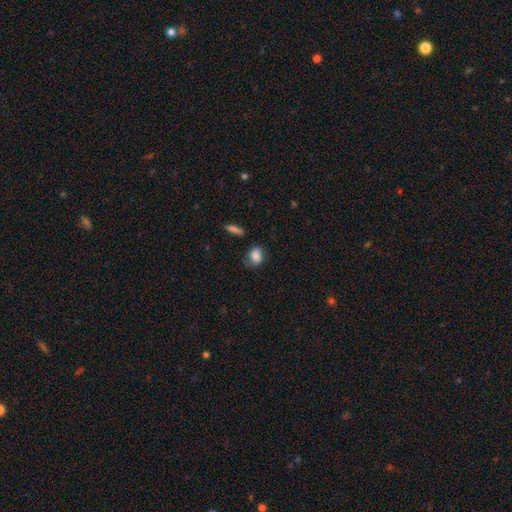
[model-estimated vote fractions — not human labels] smooth 82%, featured or disk 10%, star or artifact 8%. Down the decision tree: how rounded — in between (58%); merging — none (60%).